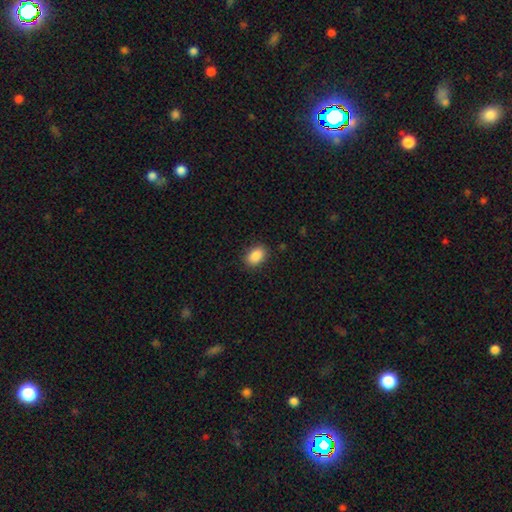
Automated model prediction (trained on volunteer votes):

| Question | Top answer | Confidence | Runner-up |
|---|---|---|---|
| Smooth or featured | smooth | 89% | star or artifact (8%) |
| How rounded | in between | 83% | round (16%) |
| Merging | none | 87% | minor disturbance (9%) |